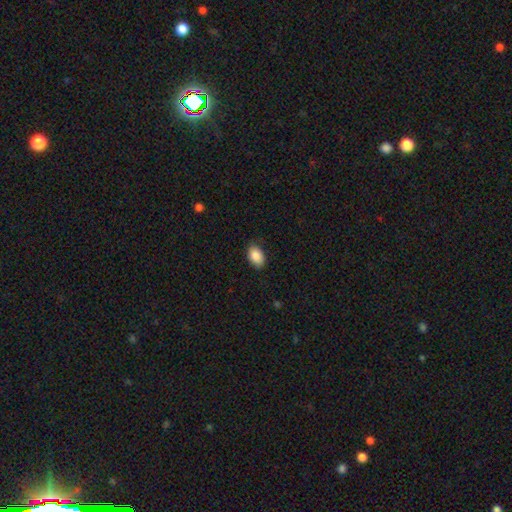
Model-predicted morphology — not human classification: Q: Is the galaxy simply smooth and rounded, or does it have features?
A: smooth — 89%.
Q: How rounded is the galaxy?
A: in between — 89%.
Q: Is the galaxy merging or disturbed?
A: none — 83%.